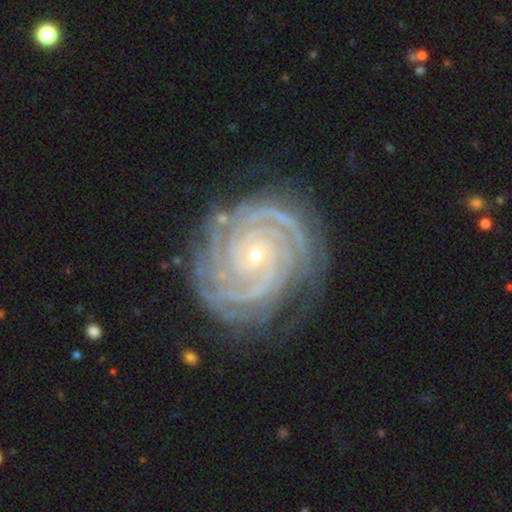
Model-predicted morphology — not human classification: Smooth or featured? featured or disk (92%)
Edge-on disk? no (98%)
Bar? no (74%)
Spiral arms? yes (99%)
Spiral winding? tight (87%)
Spiral arm count? 4 (24%)
Bulge size? small (84%)
Merging? none (77%)